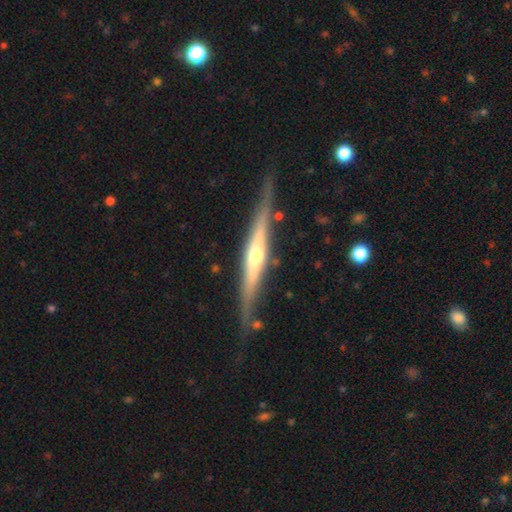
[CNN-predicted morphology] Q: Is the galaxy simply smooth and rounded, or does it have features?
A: featured or disk — 77%.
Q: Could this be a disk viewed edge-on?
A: yes — 96%.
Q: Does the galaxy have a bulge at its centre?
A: rounded — 82%.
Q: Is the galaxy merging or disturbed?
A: none — 79%.